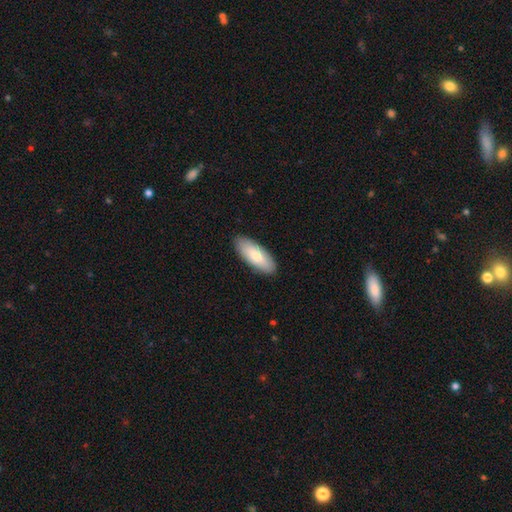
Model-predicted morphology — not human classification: A smooth galaxy with no disk features (79%) that is in between round and cigar-shaped (76%). Merging: none (88%).